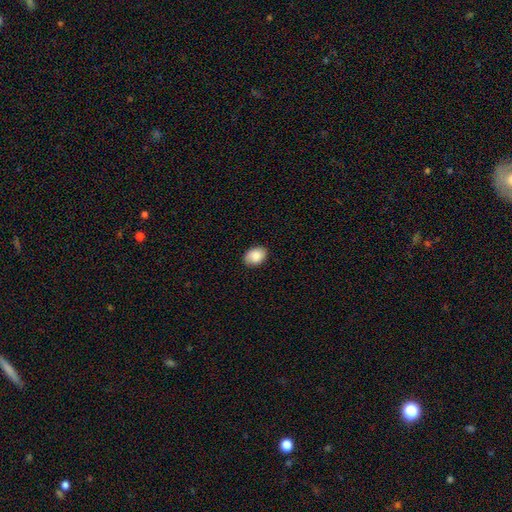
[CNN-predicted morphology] smooth 87%, star or artifact 7%, featured or disk 6%. Down the decision tree: how rounded — in between (78%); merging — none (86%).